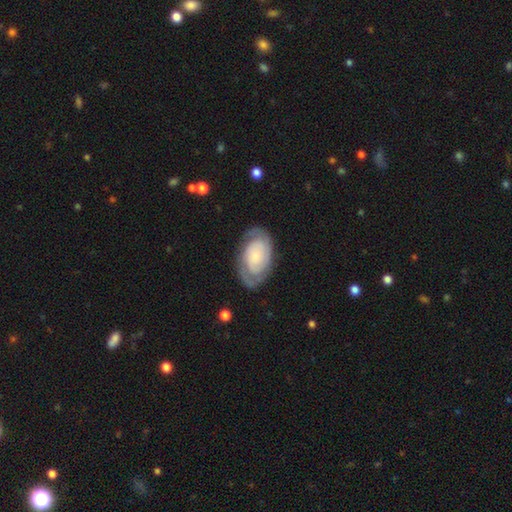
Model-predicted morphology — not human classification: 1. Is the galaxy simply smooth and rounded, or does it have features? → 71% featured or disk, 23% smooth, 6% star or artifact.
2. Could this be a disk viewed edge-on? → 96% no, 4% yes.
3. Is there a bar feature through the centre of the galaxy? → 77% no, 19% weak, 4% strong.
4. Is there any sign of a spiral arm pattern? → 88% yes, 12% no.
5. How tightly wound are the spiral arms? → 62% tight, 28% medium, 9% loose.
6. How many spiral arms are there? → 62% 2, 23% can't tell, 6% 1, 5% 3, 2% 4, 2% more than 4.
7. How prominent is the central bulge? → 63% small, 16% moderate, 10% none, 7% large, 3% dominant.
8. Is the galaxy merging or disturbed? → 73% none, 18% minor disturbance, 8% major disturbance, 1% merger.